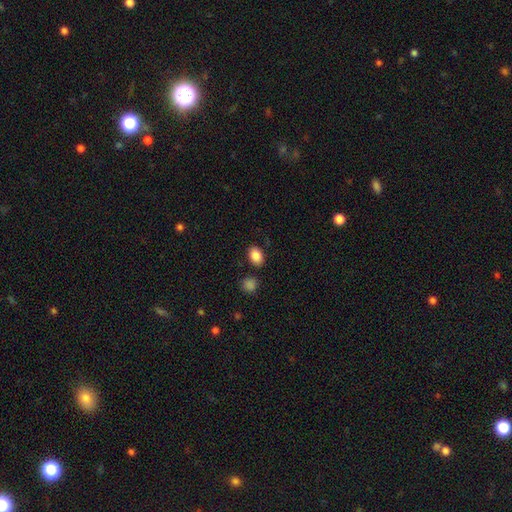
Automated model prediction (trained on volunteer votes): Smooth or featured: smooth — 87% (star or artifact — 8%)
How rounded: in between — 78% (round — 21%)
Merging: none — 83% (minor disturbance — 10%)